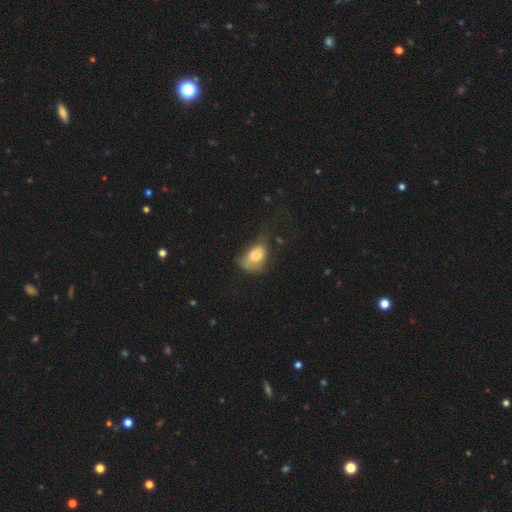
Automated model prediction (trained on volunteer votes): smooth_or_featured: smooth (p=0.70) [alt: featured or disk p=0.21]
how_rounded: in between (p=0.81) [alt: round p=0.18]
merging: major disturbance (p=0.42) [alt: minor disturbance p=0.31]